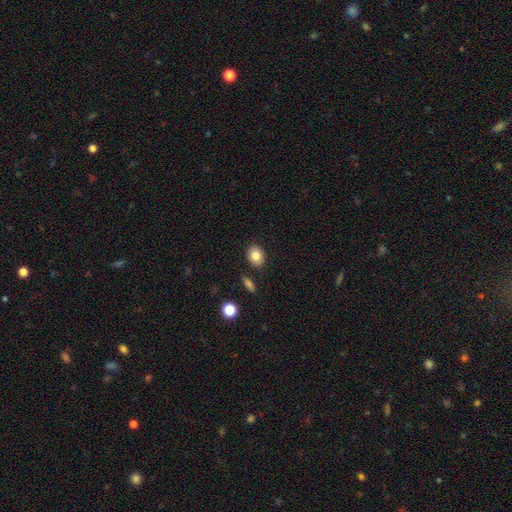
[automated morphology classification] A smooth galaxy with no disk features (83%) that is round (55%). Merging: none (87%).